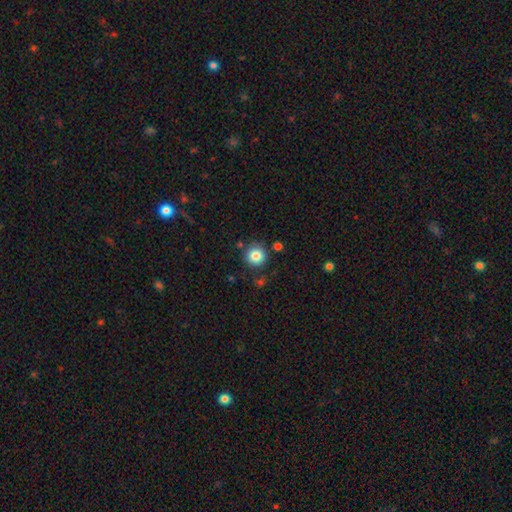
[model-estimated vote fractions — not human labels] smooth_or_featured: smooth (p=0.83) [alt: star or artifact p=0.10]
how_rounded: round (p=0.94) [alt: in between p=0.05]
merging: none (p=0.85) [alt: minor disturbance p=0.09]